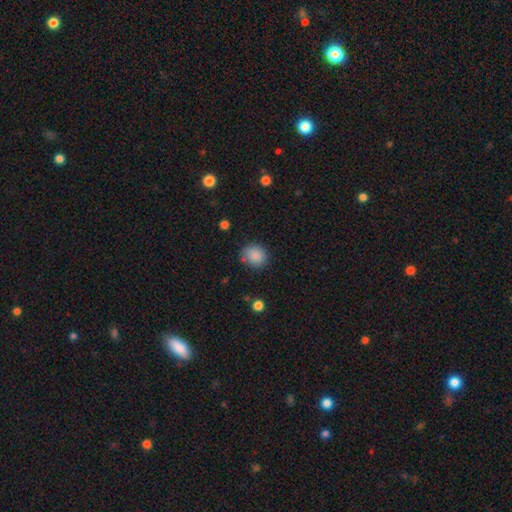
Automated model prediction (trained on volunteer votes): This appears to be a smooth galaxy with no disk features (87%) that is round (72%). Merging: none (78%).